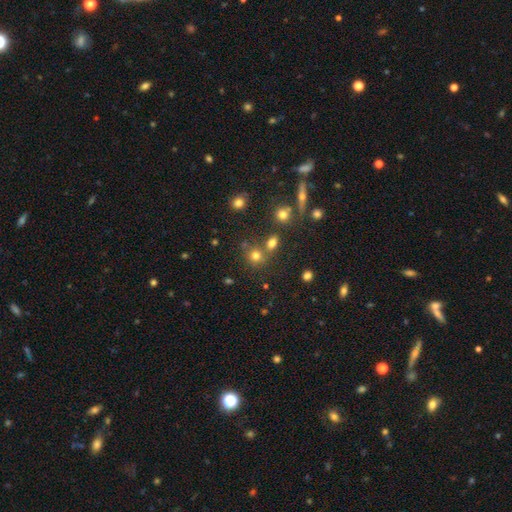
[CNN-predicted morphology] Smooth or featured? smooth (72%)
How rounded? round (85%)
Merging? none (63%)